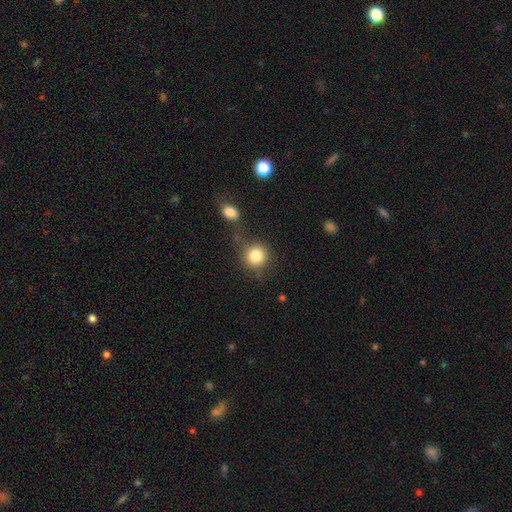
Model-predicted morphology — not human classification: This appears to be a smooth galaxy with no disk features (83%) that is round (89%). Merging: none (68%).